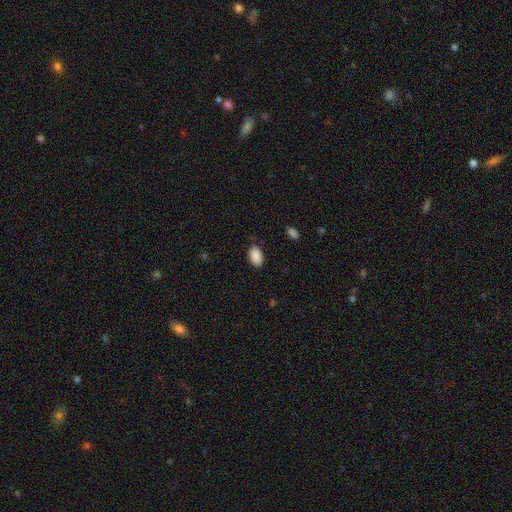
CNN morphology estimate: Smooth or featured?
  - smooth: 89% *
  - star or artifact: 7%
  - featured or disk: 3%
How rounded?
  - in between: 90% *
  - round: 8%
  - cigar-shaped: 1%
Merging?
  - none: 79% *
  - minor disturbance: 16%
  - major disturbance: 3%
  - merger: 1%